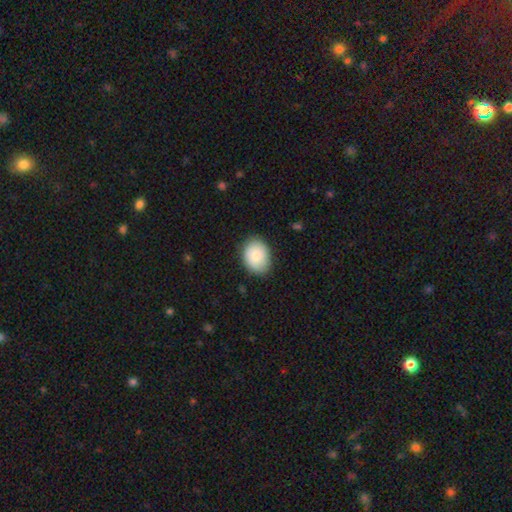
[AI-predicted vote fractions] smooth-or-featured: smooth: 85% | featured or disk: 9% | star or artifact: 6%
  how-rounded: in between: 62% | round: 37% | cigar-shaped: 1%
  merging: none: 83% | minor disturbance: 13% | major disturbance: 3% | merger: 1%